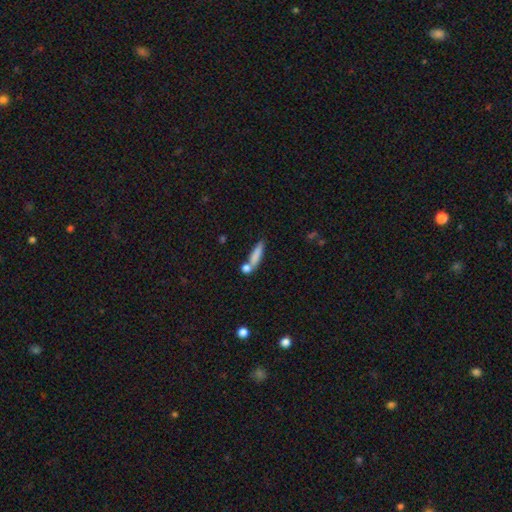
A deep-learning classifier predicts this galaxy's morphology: Smooth or featured? smooth (78%)
How rounded? cigar-shaped (75%)
Merging? none (55%)